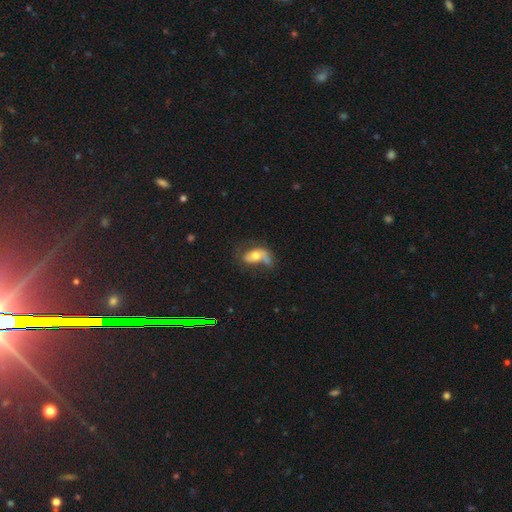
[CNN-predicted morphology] smooth_or_featured: smooth (p=0.46) [tied with: featured or disk p=0.46]
merging: major disturbance (p=0.32) [alt: none p=0.31]